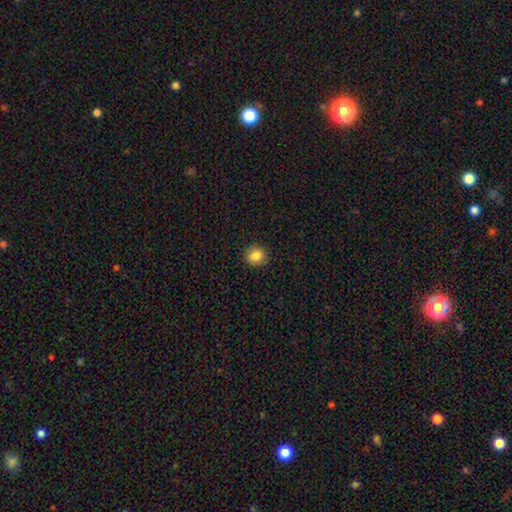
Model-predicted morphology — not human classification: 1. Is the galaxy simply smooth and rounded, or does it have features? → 85% smooth, 9% star or artifact, 5% featured or disk.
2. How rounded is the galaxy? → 78% round, 21% in between, 1% cigar-shaped.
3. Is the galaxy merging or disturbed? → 91% none, 6% minor disturbance, 2% major disturbance, 1% merger.